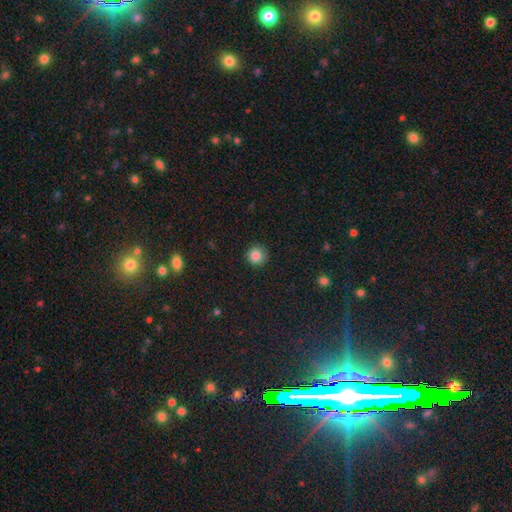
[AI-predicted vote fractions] Overall: smooth (85%). How rounded: round (95%). Merging: none (90%).